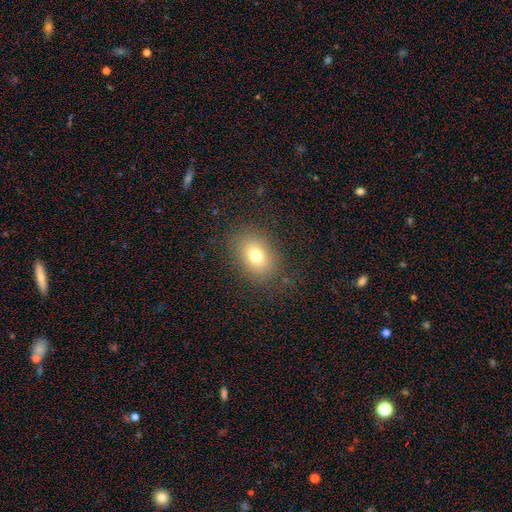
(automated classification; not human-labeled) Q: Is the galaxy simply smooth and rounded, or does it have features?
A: smooth — 75%.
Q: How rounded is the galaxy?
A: in between — 69%.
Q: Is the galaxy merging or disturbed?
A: none — 83%.